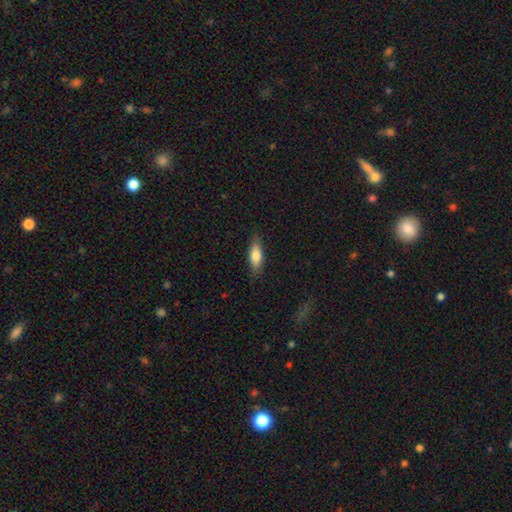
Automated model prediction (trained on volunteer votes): Smooth or featured? Predicted: smooth (p=0.75). How rounded? Predicted: in between (p=0.61). Merging? Predicted: none (p=0.83).